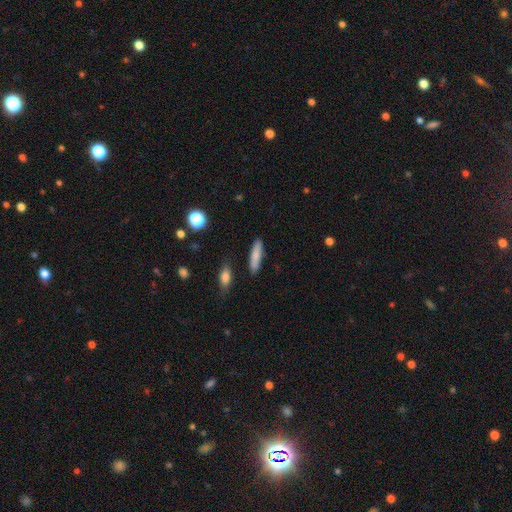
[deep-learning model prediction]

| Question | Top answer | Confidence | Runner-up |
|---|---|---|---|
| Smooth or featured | smooth | 82% | featured or disk (11%) |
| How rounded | cigar-shaped | 70% | in between (27%) |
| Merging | none | 85% | minor disturbance (10%) |